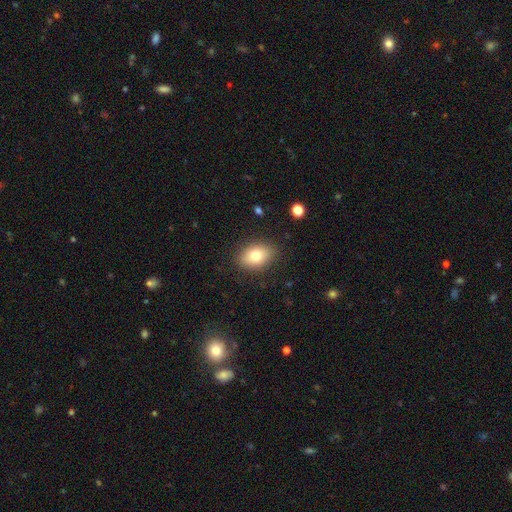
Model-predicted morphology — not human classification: smooth-or-featured: smooth: 77% | featured or disk: 14% | star or artifact: 9%
  how-rounded: in between: 81% | round: 18% | cigar-shaped: 1%
  merging: none: 86% | minor disturbance: 10% | major disturbance: 3% | merger: 1%